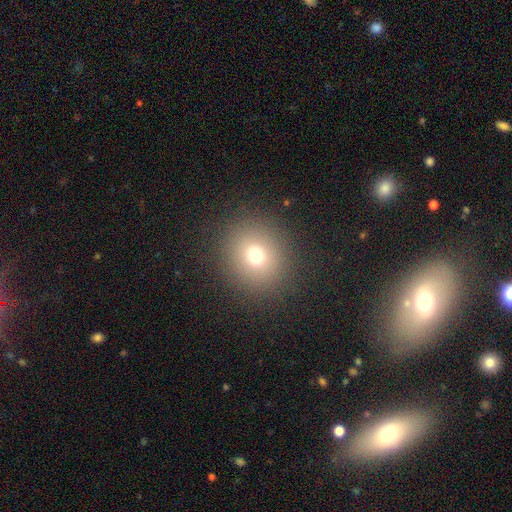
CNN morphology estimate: smooth 72%, star or artifact 18%, featured or disk 11%. Down the decision tree: how rounded — round (86%); merging — none (89%).